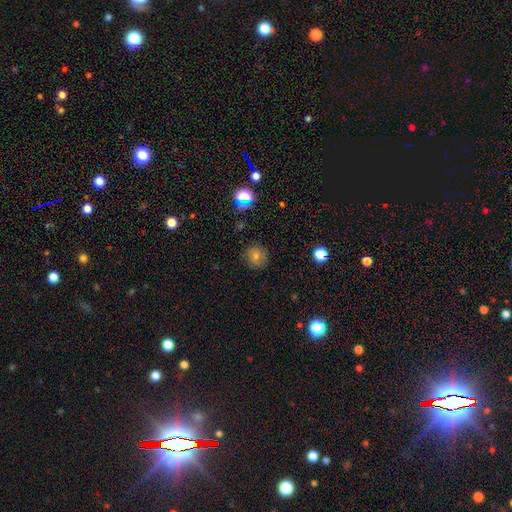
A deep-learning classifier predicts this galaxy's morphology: Smooth or featured? smooth (58%)
How rounded? round (90%)
Merging? none (85%)